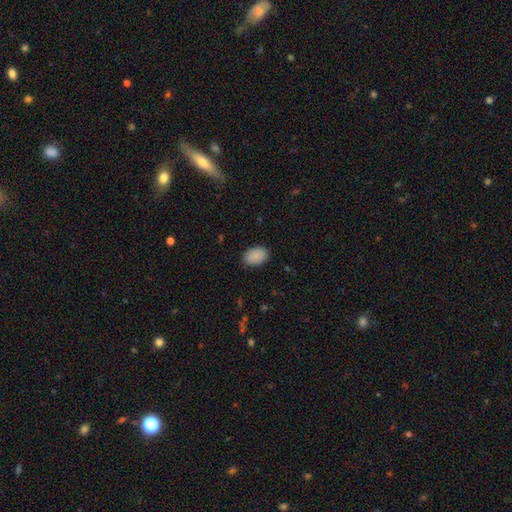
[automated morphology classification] Smooth or featured: smooth — 90% (star or artifact — 7%)
How rounded: in between — 88% (round — 11%)
Merging: none — 87% (minor disturbance — 10%)